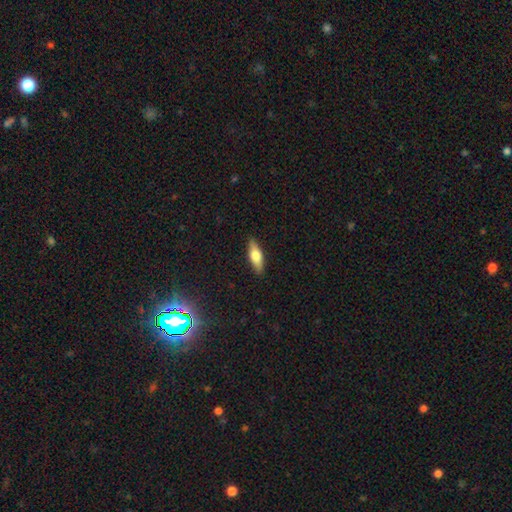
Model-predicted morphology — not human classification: A smooth galaxy with no disk features (58%) that is in between round and cigar-shaped (55%).

Vote fractions:
- Smooth or featured? smooth: 58% / featured or disk: 35% / star or artifact: 7%
- How rounded? in between: 55% / cigar-shaped: 43% / round: 3%
- Merging? none: 89% / minor disturbance: 8% / major disturbance: 2% / merger: 1%